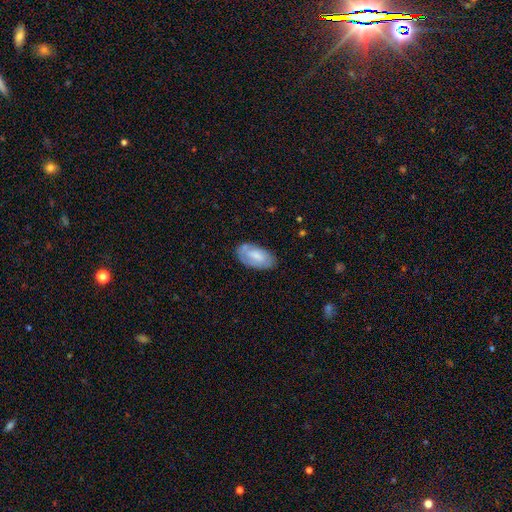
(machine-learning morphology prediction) Smooth or featured? Predicted: smooth (p=0.63). How rounded? Predicted: in between (p=0.94). Merging? Predicted: none (p=0.72).